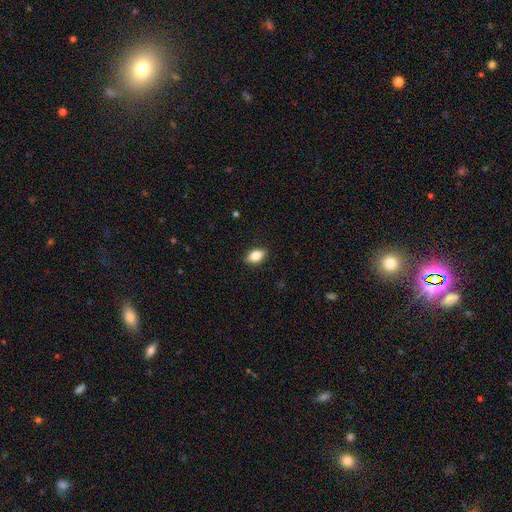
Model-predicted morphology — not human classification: Overall: smooth (81%). How rounded: in between (87%). Merging: none (88%).